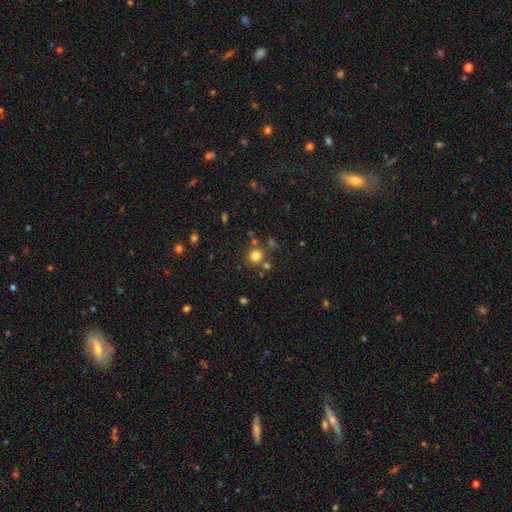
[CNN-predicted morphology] type=smooth (78%); roundness=round (90%); merging=none (76%).